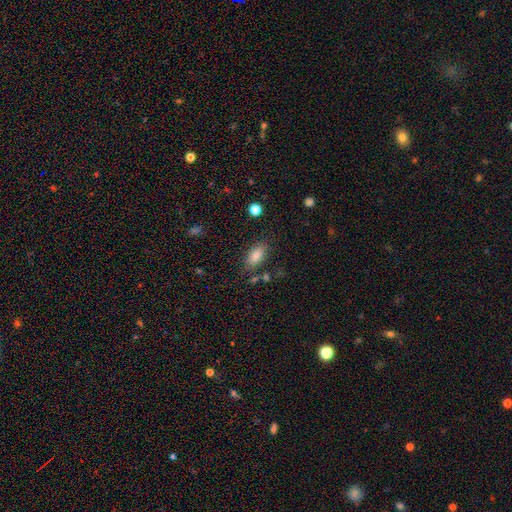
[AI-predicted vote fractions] The model was most divided on "merging": none: 80%, minor disturbance: 12%, merger: 4%, major disturbance: 4%. More confident: how rounded — in between (88%); smooth or featured — smooth (81%).